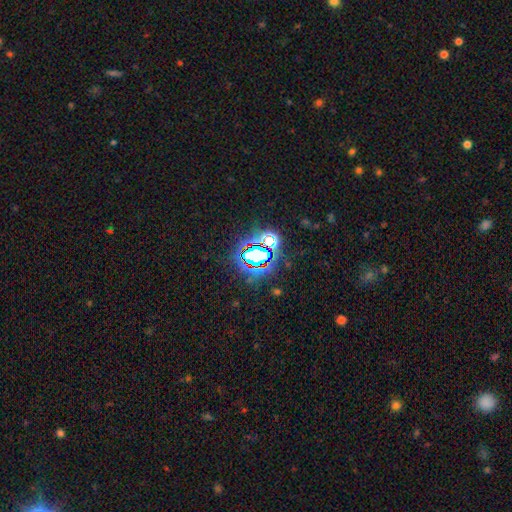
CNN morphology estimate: Q: Smooth or featured?
A: star or artifact (72%); runner-up: smooth (17%)